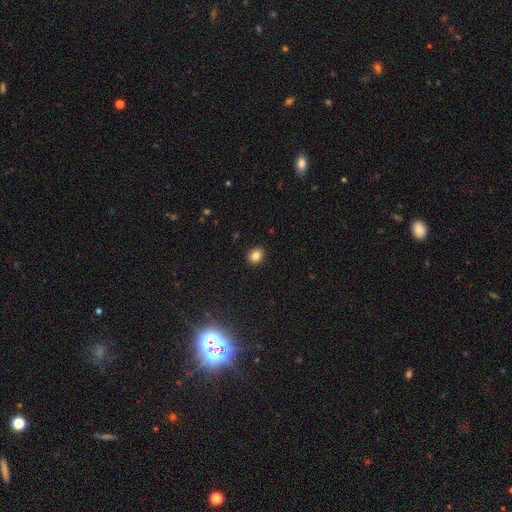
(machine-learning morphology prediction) A smooth galaxy with no disk features (83%) that is round (55%).

Vote fractions:
- Smooth or featured? smooth: 83% / star or artifact: 11% / featured or disk: 6%
- How rounded? round: 55% / in between: 44% / cigar-shaped: 1%
- Merging? none: 90% / minor disturbance: 7% / major disturbance: 2% / merger: 1%